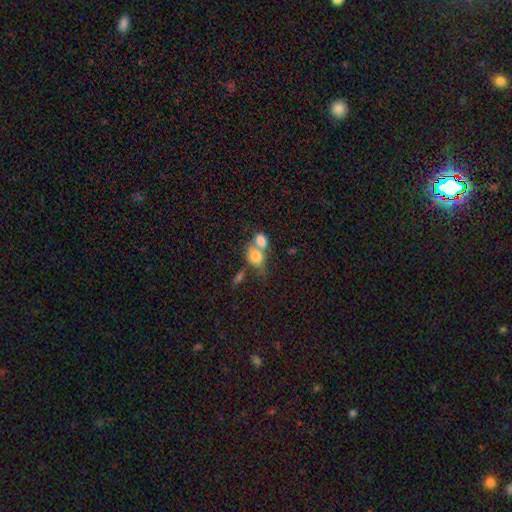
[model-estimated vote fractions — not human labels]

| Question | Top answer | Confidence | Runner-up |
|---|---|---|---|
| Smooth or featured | smooth | 77% | featured or disk (14%) |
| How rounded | in between | 63% | round (35%) |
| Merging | merger | 61% | none (24%) |